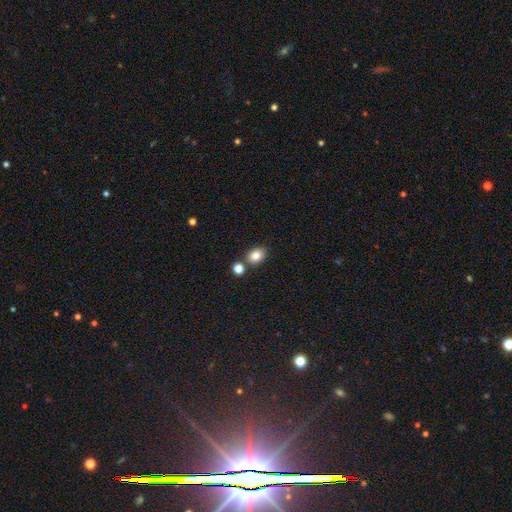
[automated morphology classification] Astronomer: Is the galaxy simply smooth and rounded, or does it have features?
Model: smooth — 84%.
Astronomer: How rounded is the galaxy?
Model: in between — 65%.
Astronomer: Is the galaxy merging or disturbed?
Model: none — 76%.